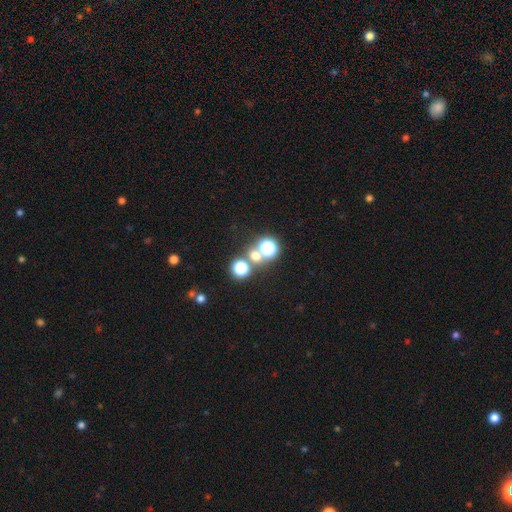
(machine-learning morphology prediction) smooth 52%, star or artifact 38%, featured or disk 9%. Down the decision tree: how rounded — round (85%); merging — none (62%).